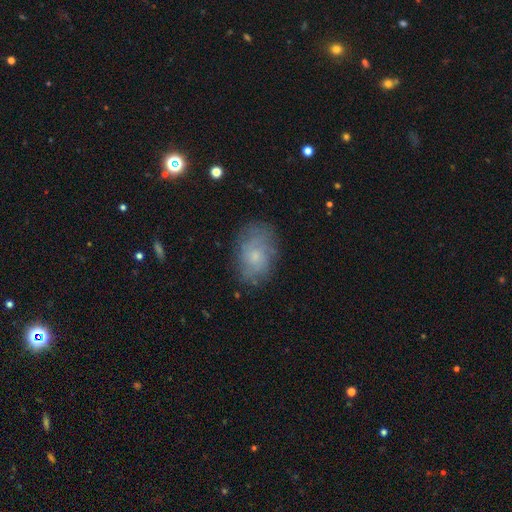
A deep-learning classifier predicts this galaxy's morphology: type=smooth (52%); roundness=in between (81%); merging=none (72%).